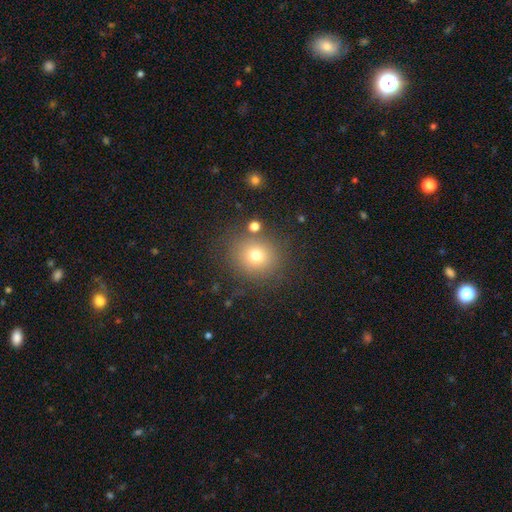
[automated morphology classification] smooth-or-featured: smooth: 72% | star or artifact: 16% | featured or disk: 12%
  how-rounded: round: 85% | in between: 14% | cigar-shaped: 1%
  merging: none: 80% | minor disturbance: 10% | merger: 5% | major disturbance: 5%